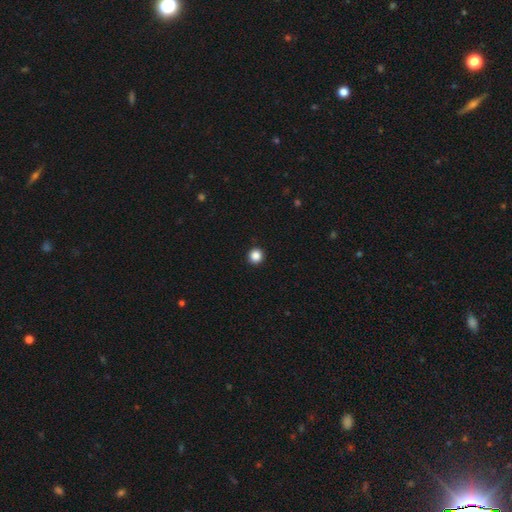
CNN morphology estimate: Smooth or featured?
  - smooth: 87% *
  - star or artifact: 11%
  - featured or disk: 3%
How rounded?
  - round: 95% *
  - in between: 4%
  - cigar-shaped: 1%
Merging?
  - none: 93% *
  - minor disturbance: 4%
  - major disturbance: 1%
  - merger: 1%